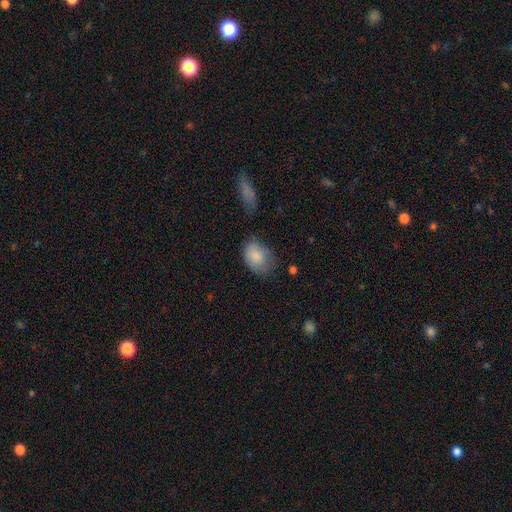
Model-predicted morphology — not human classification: type=smooth (84%); roundness=in between (81%); merging=none (53%).